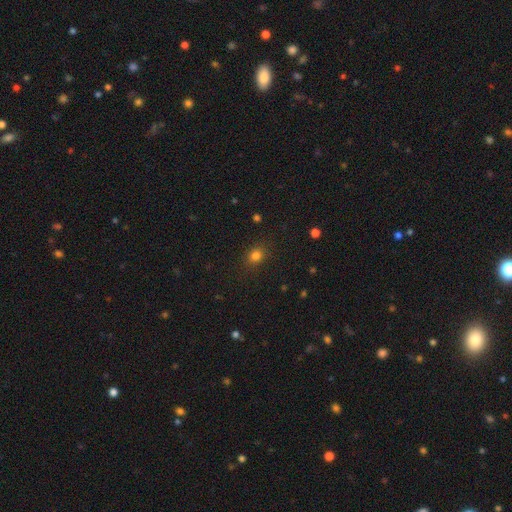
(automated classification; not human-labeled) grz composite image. It shows a smooth galaxy with no disk features (80%) that is round (63%). Merging: none (85%).